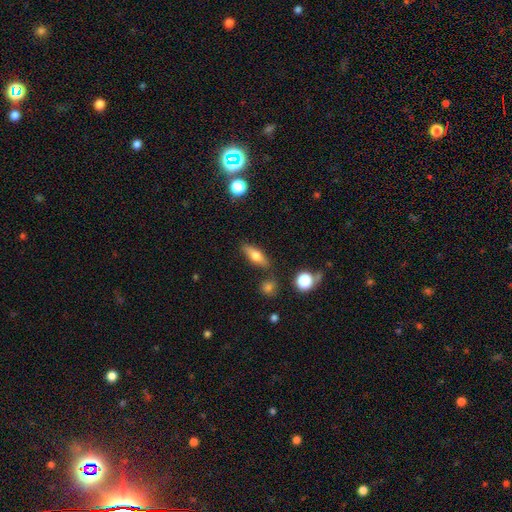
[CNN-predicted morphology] Smooth or featured: smooth — 62% (featured or disk — 30%)
How rounded: in between — 56% (cigar-shaped — 39%)
Merging: none — 77% (minor disturbance — 13%)